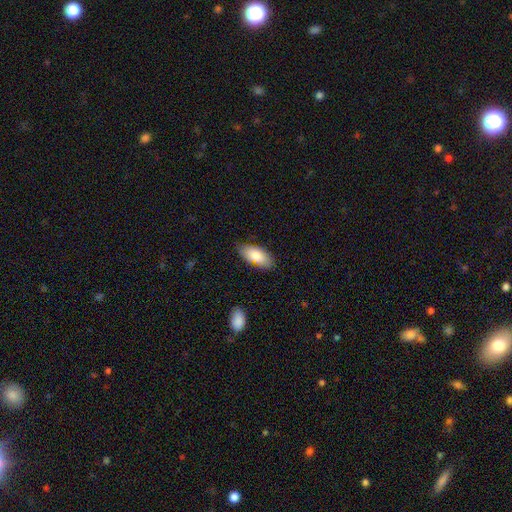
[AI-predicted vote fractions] A smooth galaxy with no disk features (82%) that is in between round and cigar-shaped (91%). Merging: none (77%).